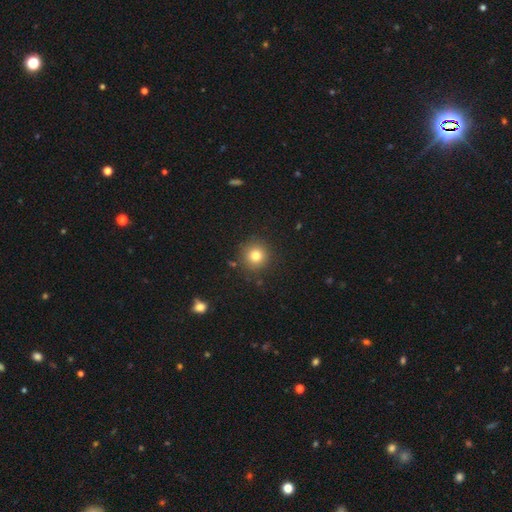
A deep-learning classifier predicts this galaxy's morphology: This appears to be a smooth galaxy with no disk features (80%) that is round (93%). Merging: none (88%).